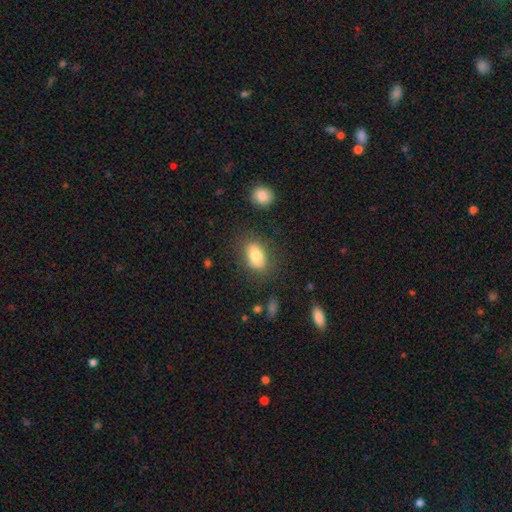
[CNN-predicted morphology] This is likely a smooth galaxy (79%). How rounded: clearly in between (86%). Merging: likely none (80%).